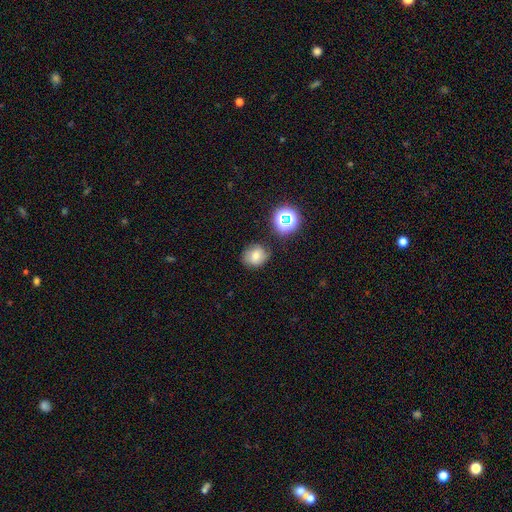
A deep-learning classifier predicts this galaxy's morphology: type=smooth (64%); roundness=round (76%); merging=none (79%).